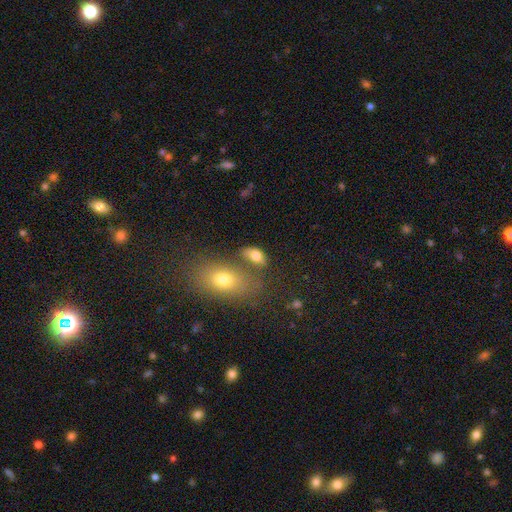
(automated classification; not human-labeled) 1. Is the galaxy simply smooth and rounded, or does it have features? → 76% smooth, 13% featured or disk, 11% star or artifact.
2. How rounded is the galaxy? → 86% in between, 10% round, 4% cigar-shaped.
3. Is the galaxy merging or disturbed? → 51% none, 20% merger, 18% minor disturbance, 11% major disturbance.